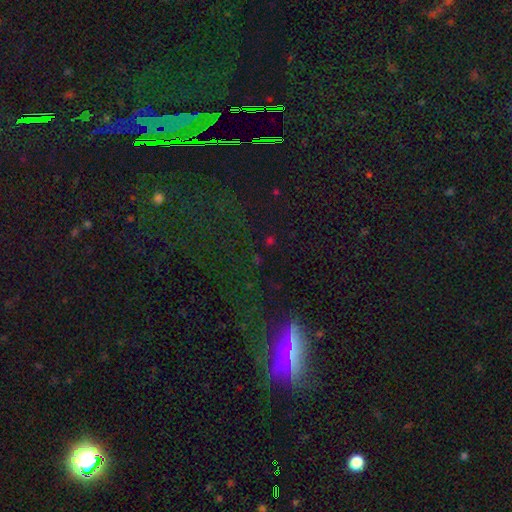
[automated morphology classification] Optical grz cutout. It shows a star or artifact, not a galaxy (56%).